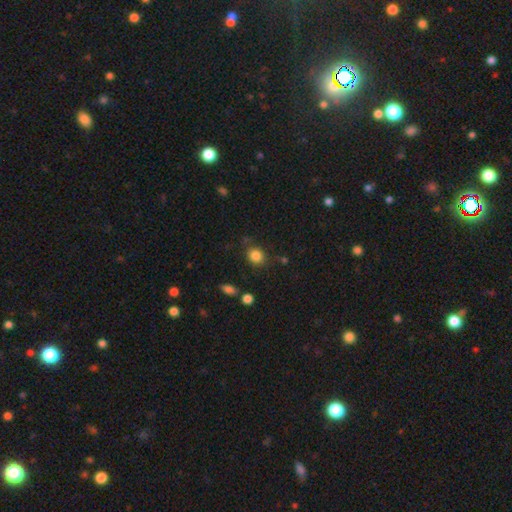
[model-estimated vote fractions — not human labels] This appears to be a smooth galaxy with no disk features (83%) that is round (65%). Merging: none (75%).